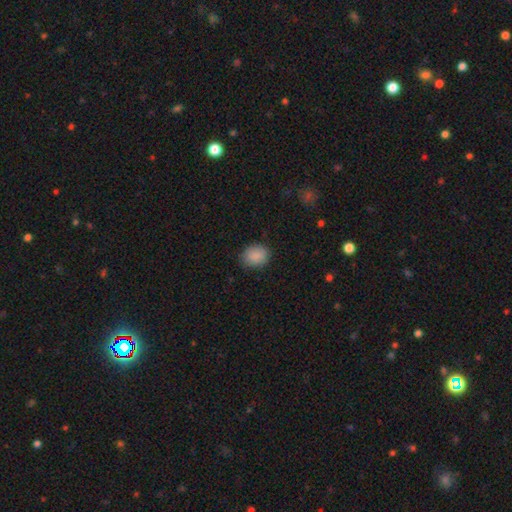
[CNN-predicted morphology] A smooth galaxy with no disk features (88%) that is round (63%). Merging: none (86%).